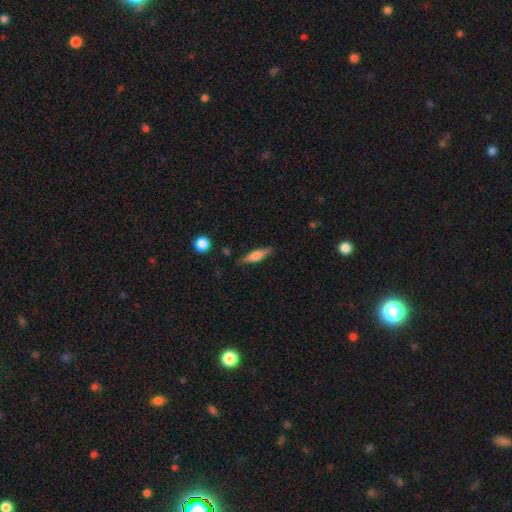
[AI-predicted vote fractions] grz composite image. It shows a smooth galaxy with no disk features (59%) that is cigar-shaped (69%). Merging: none (81%).